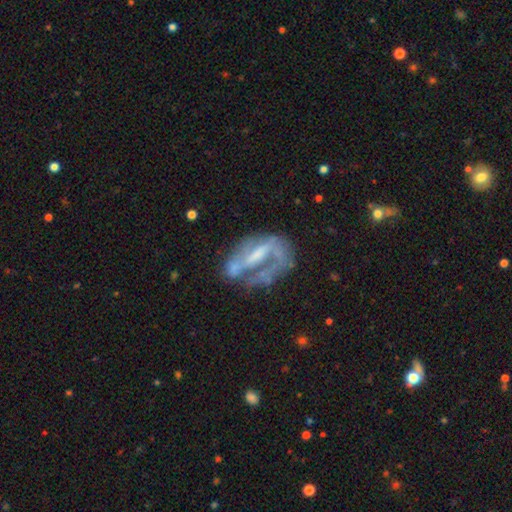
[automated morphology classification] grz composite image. It shows a featured or disk galaxy (73%) with a strong bar (44%), spiral arms (63%) and a moderate central bulge (32%, tied with none). Merging: none (40%).